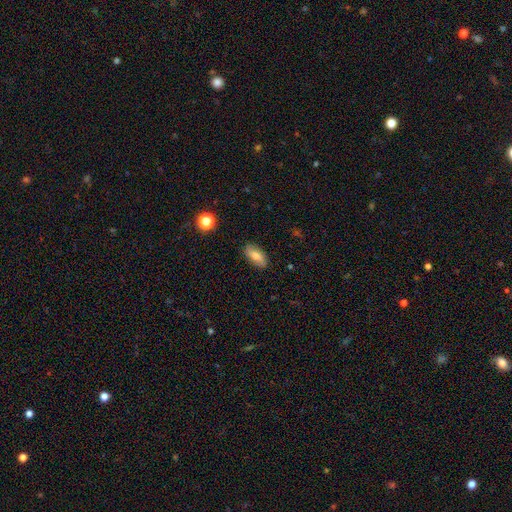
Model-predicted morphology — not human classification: A smooth galaxy with no disk features (68%) that is in between round and cigar-shaped (85%). Merging: none (86%).